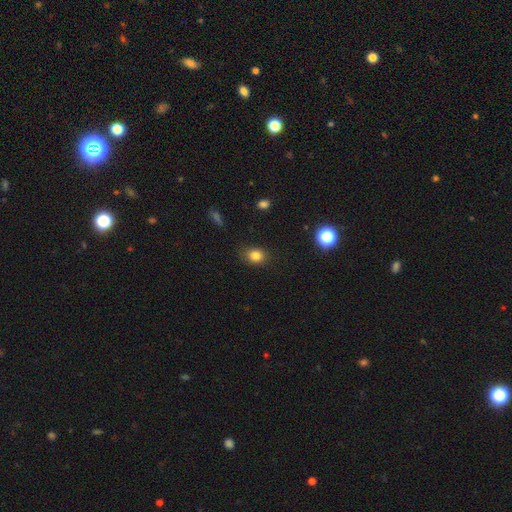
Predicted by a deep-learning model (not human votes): smooth-or-featured: smooth: 81% | star or artifact: 13% | featured or disk: 6%
  how-rounded: round: 51% | in between: 48% | cigar-shaped: 1%
  merging: none: 83% | minor disturbance: 13% | major disturbance: 3% | merger: 1%